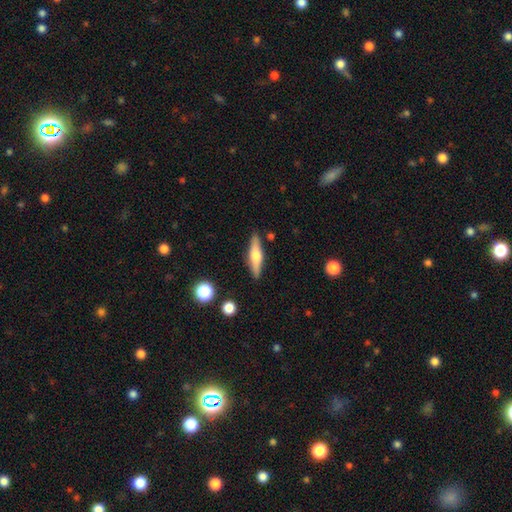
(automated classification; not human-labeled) featured or disk 49%, smooth 45%, star or artifact 7%. Down the decision tree: merging — none (87%).